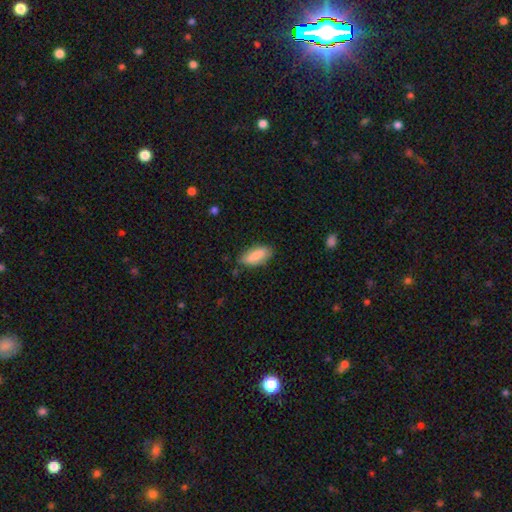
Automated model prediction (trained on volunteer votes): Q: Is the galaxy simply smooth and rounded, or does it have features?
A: smooth — 85%.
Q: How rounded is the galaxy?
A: in between — 80%.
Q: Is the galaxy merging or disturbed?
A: none — 76%.